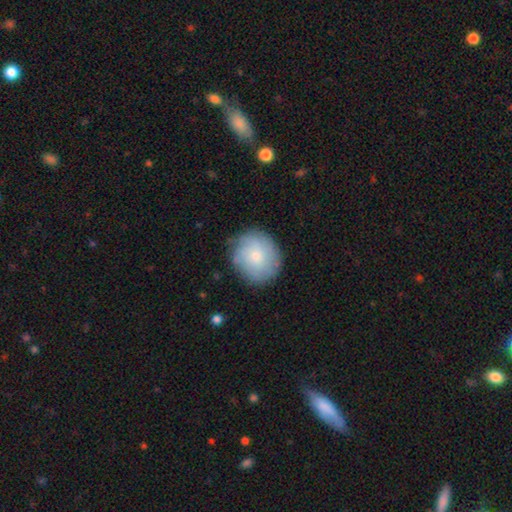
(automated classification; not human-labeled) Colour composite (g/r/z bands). It shows a smooth galaxy with no disk features (68%) that is round (81%). Merging: none (81%).